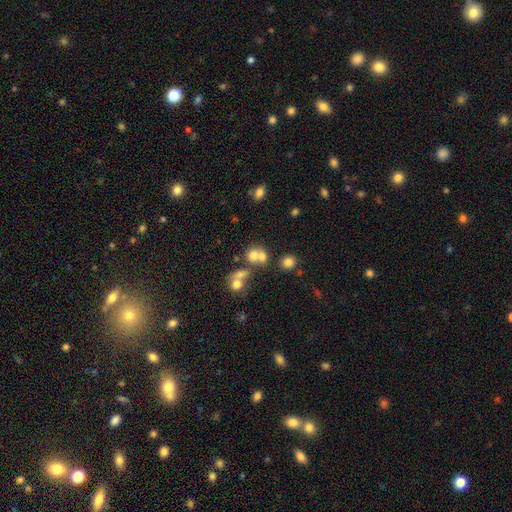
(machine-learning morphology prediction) The model was most divided on "merging": merger: 50%, none: 36%, minor disturbance: 8%, major disturbance: 6%. More confident: how rounded — round (75%); smooth or featured — smooth (65%).